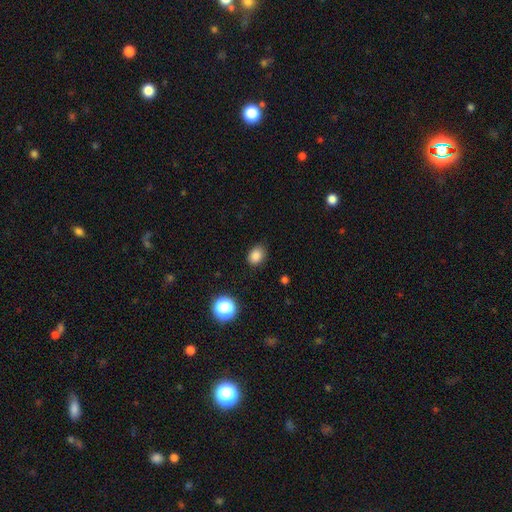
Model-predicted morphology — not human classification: Smooth or featured? smooth (84%)
How rounded? in between (57%)
Merging? none (82%)